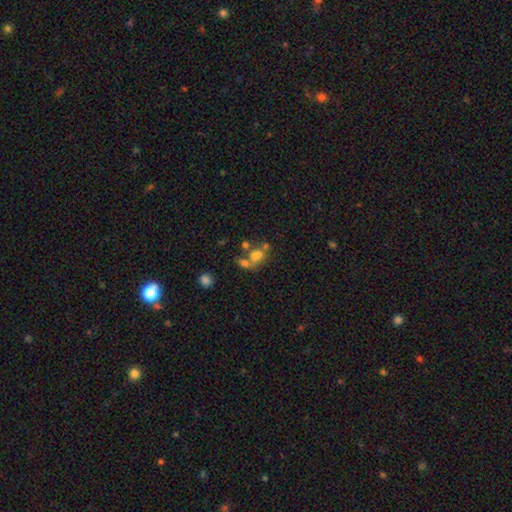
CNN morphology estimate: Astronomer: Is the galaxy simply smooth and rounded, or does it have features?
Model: smooth — 57%.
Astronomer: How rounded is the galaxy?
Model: in between — 67%.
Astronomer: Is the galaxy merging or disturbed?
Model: merger — 51%.